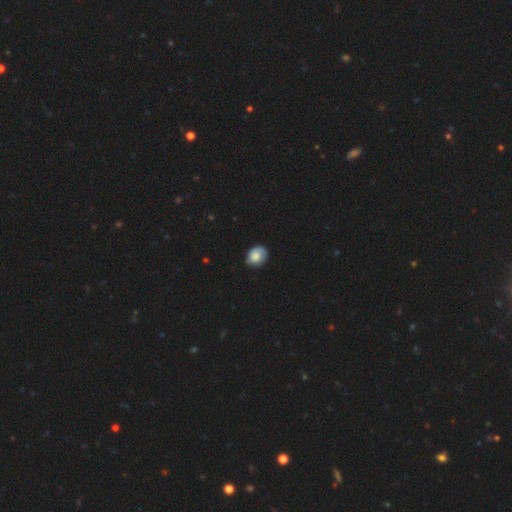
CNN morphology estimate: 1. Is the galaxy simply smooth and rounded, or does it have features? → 77% smooth, 15% featured or disk, 8% star or artifact.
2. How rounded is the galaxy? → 57% round, 42% in between, 1% cigar-shaped.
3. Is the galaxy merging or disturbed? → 69% none, 25% minor disturbance, 5% major disturbance, 1% merger.